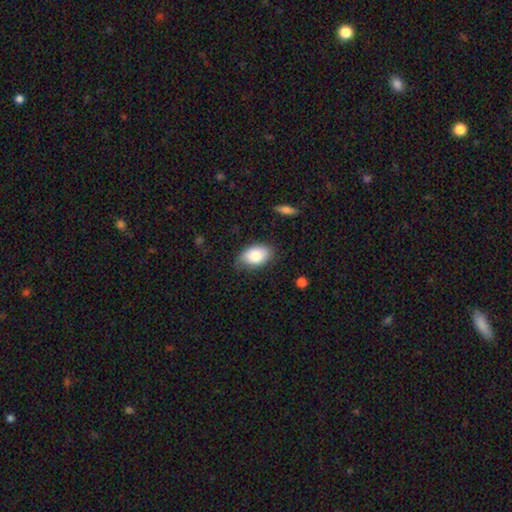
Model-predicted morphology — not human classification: smooth 81%, featured or disk 13%, star or artifact 7%. Down the decision tree: how rounded — in between (90%); merging — none (70%).